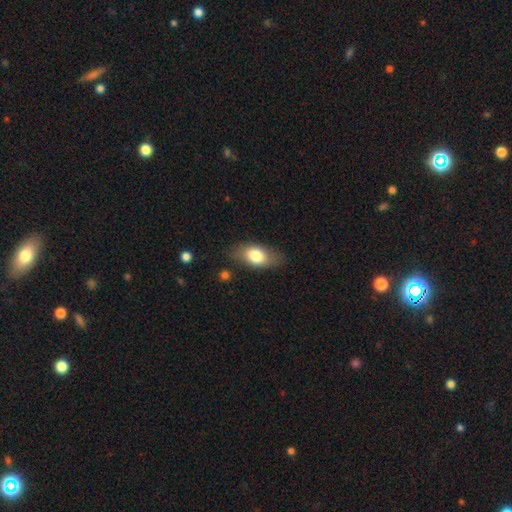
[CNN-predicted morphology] A smooth galaxy with no disk features (75%) that is in between round and cigar-shaped (87%).

Vote fractions:
- Smooth or featured? smooth: 75% / featured or disk: 18% / star or artifact: 7%
- How rounded? in between: 87% / round: 7% / cigar-shaped: 6%
- Merging? none: 78% / minor disturbance: 16% / major disturbance: 5% / merger: 2%